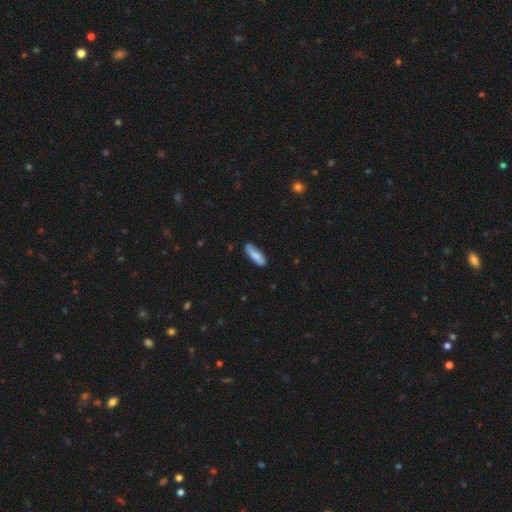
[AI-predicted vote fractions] Smooth or featured? smooth (78%)
How rounded? in between (50%)
Merging? none (76%)